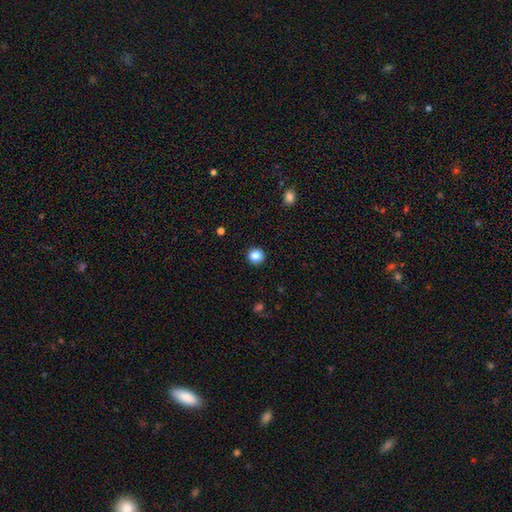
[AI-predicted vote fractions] Q: Smooth or featured?
A: smooth (85%); runner-up: star or artifact (11%)
Q: How rounded?
A: round (93%); runner-up: in between (6%)
Q: Merging?
A: none (93%); runner-up: minor disturbance (4%)